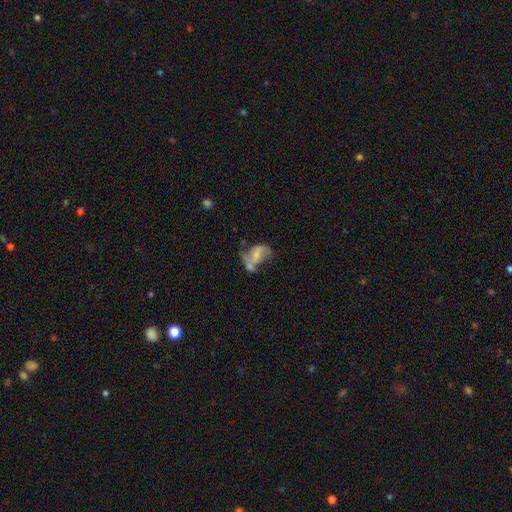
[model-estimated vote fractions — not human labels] Q: Smooth or featured?
A: featured or disk (59%); runner-up: smooth (31%)
Q: Edge-on disk?
A: no (97%); runner-up: yes (3%)
Q: Bar?
A: no (49%); runner-up: weak (36%)
Q: Spiral arms?
A: yes (64%); runner-up: no (36%)
Q: Bulge size?
A: small (39%); runner-up: moderate (29%)
Q: Merging?
A: merger (34%); runner-up: none (26%)